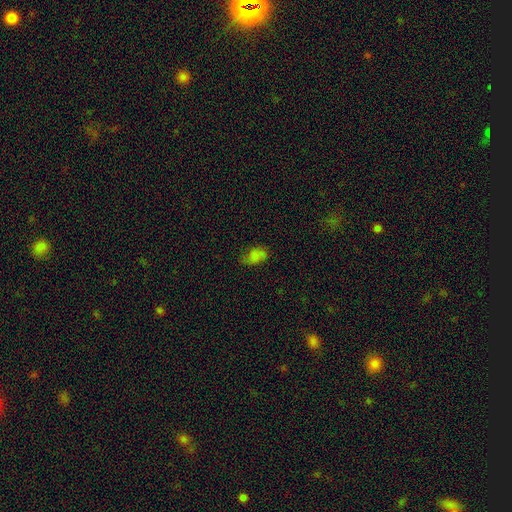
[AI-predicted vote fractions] smooth_or_featured: smooth (p=0.68) [alt: featured or disk p=0.17]
how_rounded: in between (p=0.87) [alt: round p=0.11]
merging: none (p=0.60) [alt: minor disturbance p=0.28]